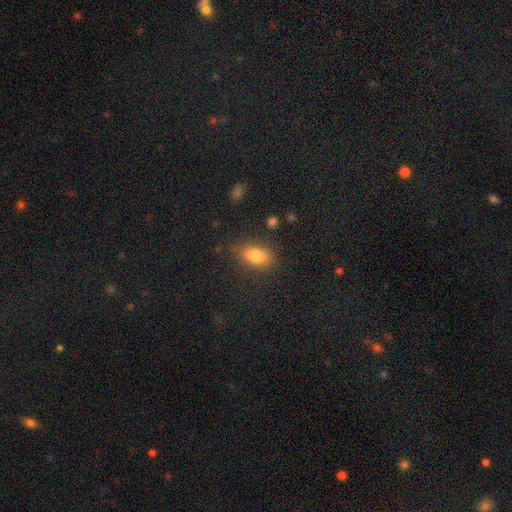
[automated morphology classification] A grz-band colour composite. It shows a smooth galaxy with no disk features (82%) that is in between round and cigar-shaped (86%). Merging: none (80%).